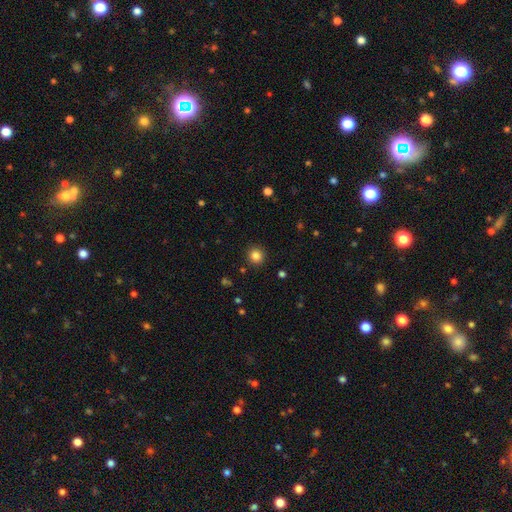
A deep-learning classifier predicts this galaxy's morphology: Smooth or featured: smooth — 83% (star or artifact — 12%)
How rounded: round — 94% (in between — 5%)
Merging: none — 91% (minor disturbance — 5%)